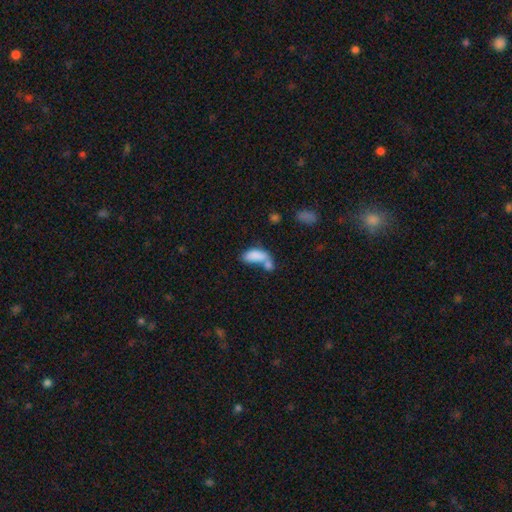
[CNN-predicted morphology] smooth-or-featured: smooth: 80% | featured or disk: 12% | star or artifact: 8%
  how-rounded: in between: 86% | cigar-shaped: 11% | round: 3%
  merging: merger: 56% | none: 23% | minor disturbance: 12% | major disturbance: 9%